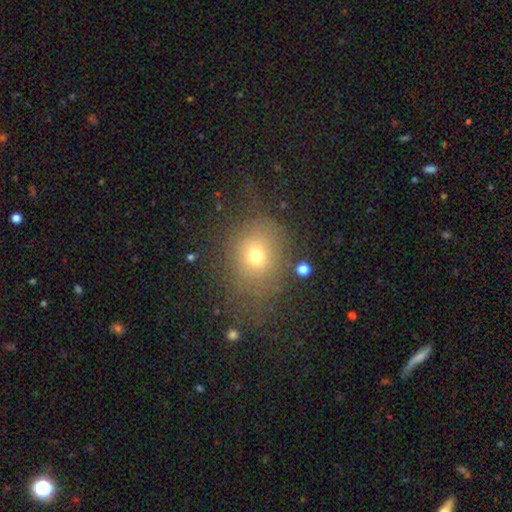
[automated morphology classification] A smooth galaxy with no disk features (68%) that is round (62%).

Vote fractions:
- Smooth or featured? smooth: 68% / star or artifact: 17% / featured or disk: 15%
- How rounded? round: 62% / in between: 37% / cigar-shaped: 1%
- Merging? none: 57% / major disturbance: 21% / minor disturbance: 19% / merger: 3%